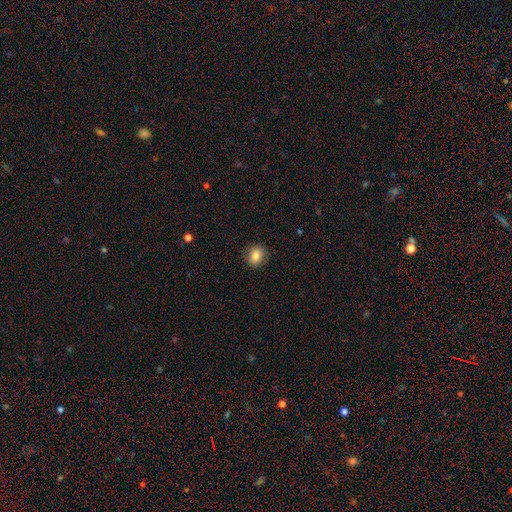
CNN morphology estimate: A smooth galaxy with no disk features (82%) that is round (76%).

Vote fractions:
- Smooth or featured? smooth: 82% / star or artifact: 10% / featured or disk: 8%
- How rounded? round: 76% / in between: 23% / cigar-shaped: 1%
- Merging? none: 87% / minor disturbance: 10% / major disturbance: 3% / merger: 1%